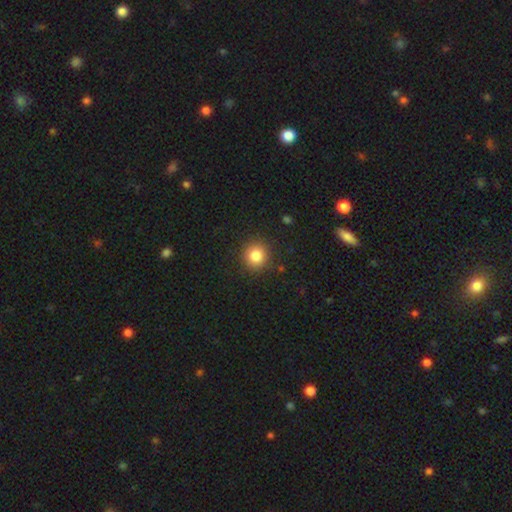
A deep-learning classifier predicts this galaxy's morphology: A smooth galaxy with no disk features (84%) that is round (92%).

Vote fractions:
- Smooth or featured? smooth: 84% / star or artifact: 11% / featured or disk: 5%
- How rounded? round: 92% / in between: 7% / cigar-shaped: 1%
- Merging? none: 89% / minor disturbance: 7% / major disturbance: 2% / merger: 1%